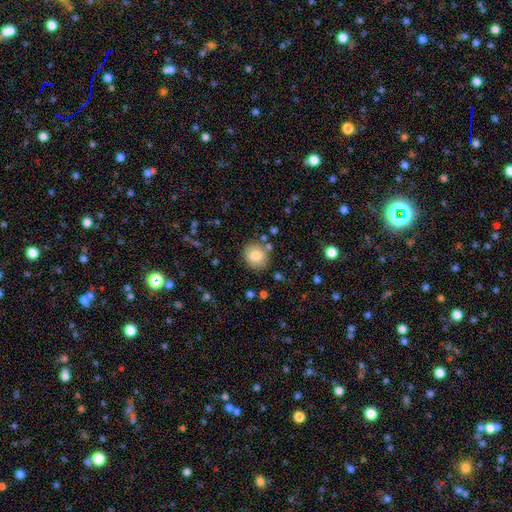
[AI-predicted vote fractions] A smooth galaxy with no disk features (81%) that is round (81%). Merging: none (83%).